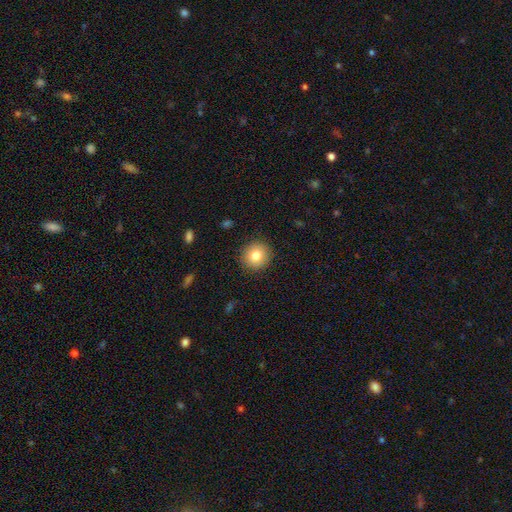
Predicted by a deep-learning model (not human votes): Smooth or featured?
  - smooth: 81% *
  - star or artifact: 10%
  - featured or disk: 10%
How rounded?
  - round: 92% *
  - in between: 7%
  - cigar-shaped: 1%
Merging?
  - none: 90% *
  - minor disturbance: 7%
  - major disturbance: 2%
  - merger: 1%